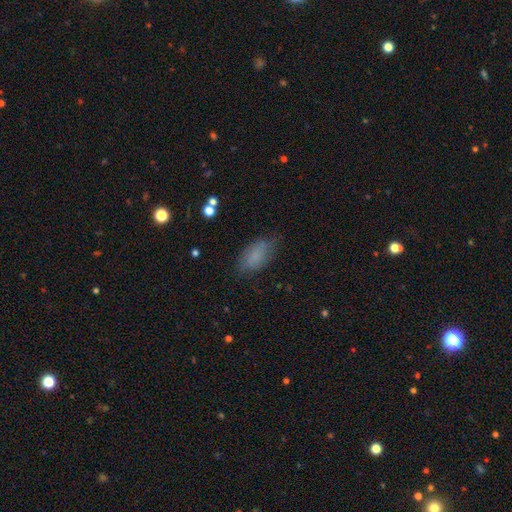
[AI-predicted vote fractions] Smooth or featured?
  - smooth: 80% *
  - featured or disk: 10%
  - star or artifact: 10%
How rounded?
  - in between: 91% *
  - cigar-shaped: 5%
  - round: 4%
Merging?
  - none: 71% *
  - minor disturbance: 21%
  - major disturbance: 7%
  - merger: 1%